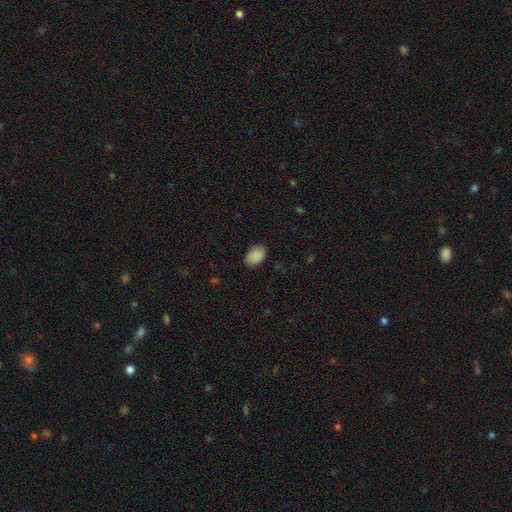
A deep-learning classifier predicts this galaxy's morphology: This is clearly a smooth galaxy (89%). How rounded: clearly in between (86%). Merging: clearly none (83%).